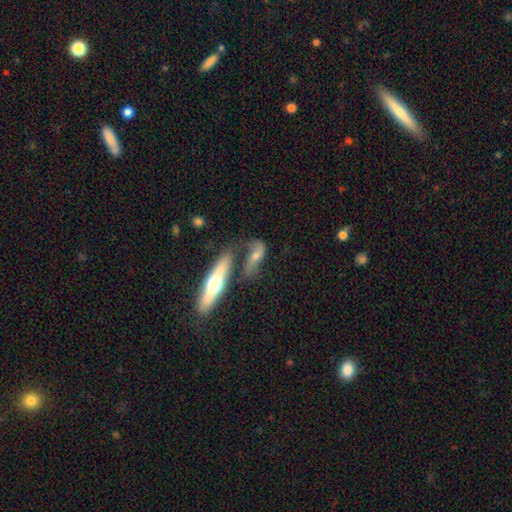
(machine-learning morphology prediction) smooth_or_featured: featured or disk (p=0.57) [alt: smooth p=0.34]
disk_edge_on: yes (p=0.54) [alt: no p=0.46]
merging: none (p=0.46) [alt: merger p=0.27]